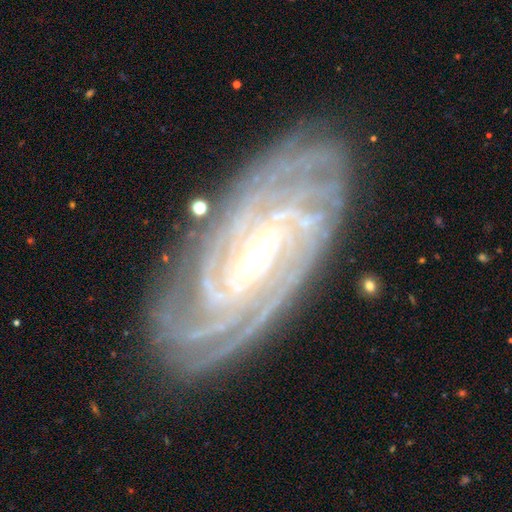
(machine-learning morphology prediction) The model was most divided on "bar": strong: 44%, weak: 39%, no: 17%. Remaining: spiral arms — yes (98%); edge-on disk — no (95%); smooth or featured — featured or disk (92%); merging — none (84%); spiral winding — tight (81%); bulge size — small (76%); spiral arm count — 4 (31%).